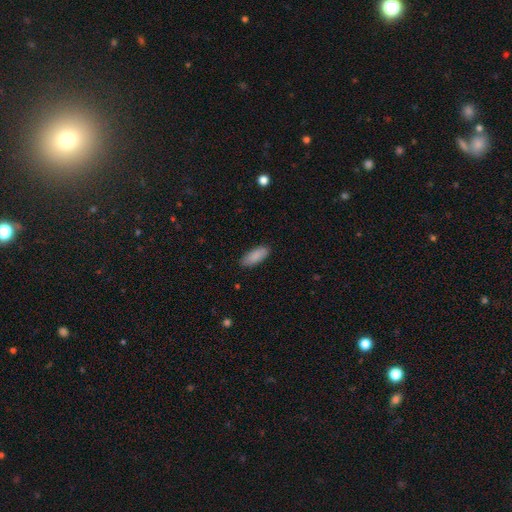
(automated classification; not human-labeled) smooth-or-featured: smooth: 89% | star or artifact: 6% | featured or disk: 5%
  how-rounded: in between: 80% | cigar-shaped: 18% | round: 2%
  merging: none: 88% | minor disturbance: 9% | major disturbance: 2% | merger: 1%